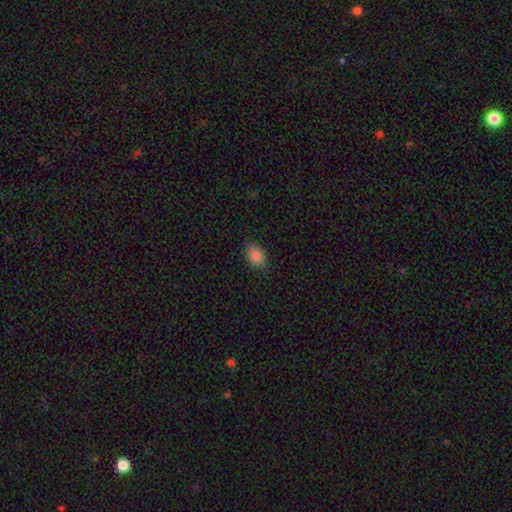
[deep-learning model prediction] This is clearly a smooth galaxy (86%). How rounded: clearly in between (85%). Merging: clearly none (85%).